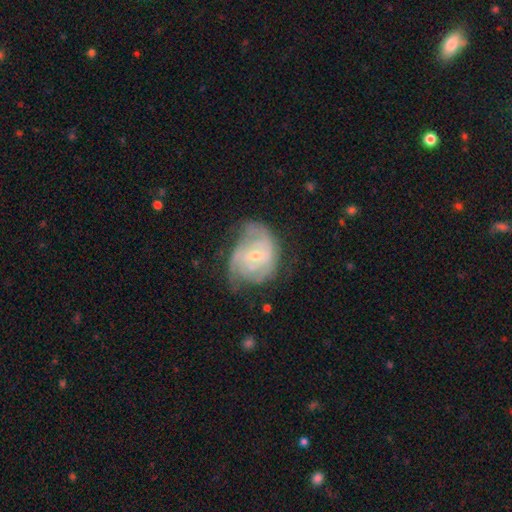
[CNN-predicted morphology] The model was most divided on "bar": no: 50%, weak: 41%, strong: 9%. Remaining: edge-on disk — no (97%); spiral arms — yes (87%); smooth or featured — featured or disk (77%); bulge size — small (60%); spiral winding — tight (54%); merging — none (49%); spiral arm count — can't tell (41%).